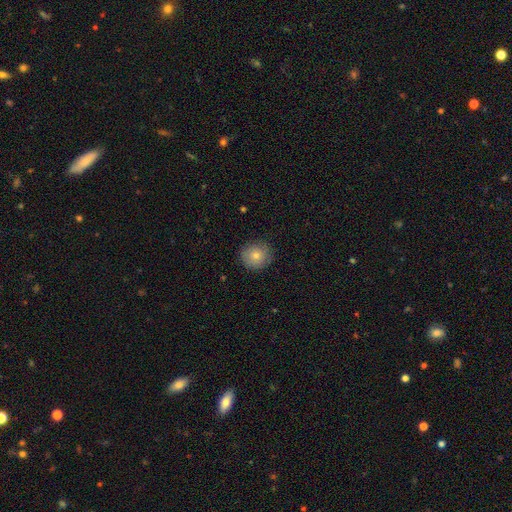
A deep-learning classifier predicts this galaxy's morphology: The model was most divided on "smooth or featured": smooth: 77%, featured or disk: 15%, star or artifact: 8%. More confident: how rounded — round (89%); merging — none (84%).